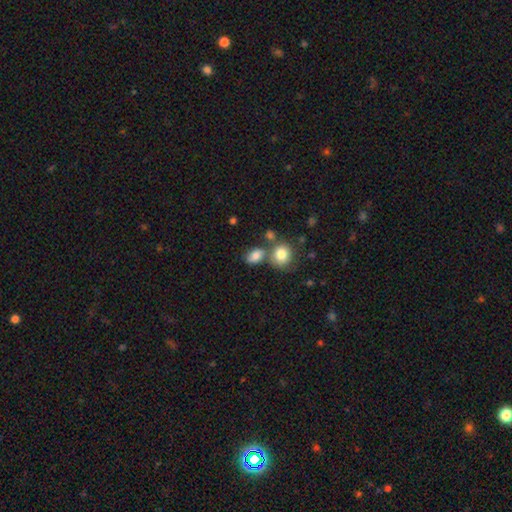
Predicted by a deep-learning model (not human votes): A smooth galaxy with no disk features (82%) that is in between round and cigar-shaped (74%). Merging: none (51%).